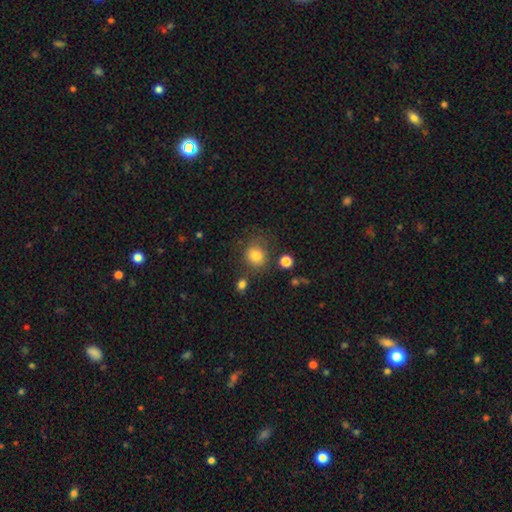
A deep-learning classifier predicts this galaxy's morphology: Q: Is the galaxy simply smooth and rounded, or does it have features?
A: smooth — 81%.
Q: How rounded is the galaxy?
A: round — 76%.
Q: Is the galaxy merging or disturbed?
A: none — 69%.